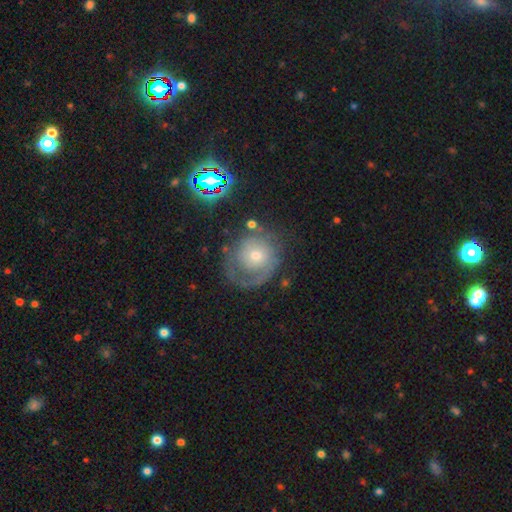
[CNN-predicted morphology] Overall: featured or disk (61%; smooth 27%). Edge-on disk: no (97%). Bar: no (77%). Spiral arms: yes (76%). Bulge size: small (48%; moderate 44%). Merging: none (55%; minor disturbance 21%).